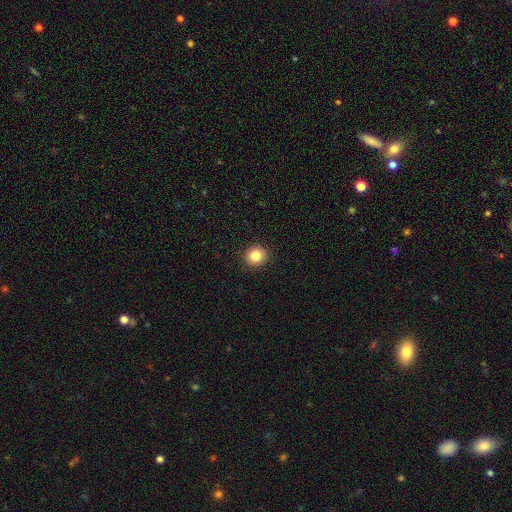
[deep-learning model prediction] Q: Smooth or featured?
A: smooth (84%); runner-up: star or artifact (10%)
Q: How rounded?
A: round (90%); runner-up: in between (9%)
Q: Merging?
A: none (92%); runner-up: minor disturbance (5%)